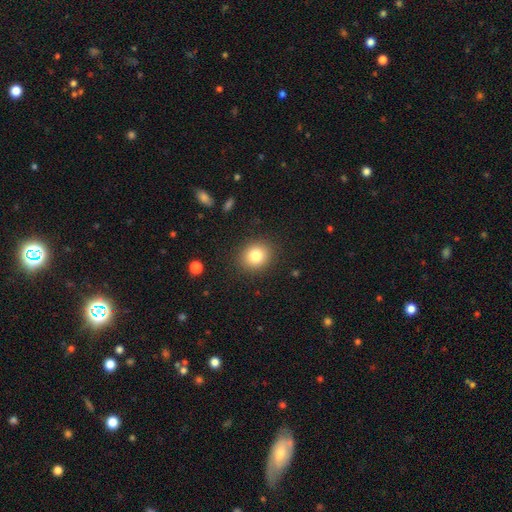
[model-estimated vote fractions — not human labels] Smooth or featured? Predicted: smooth (p=0.81). How rounded? Predicted: round (p=0.72). Merging? Predicted: none (p=0.89).